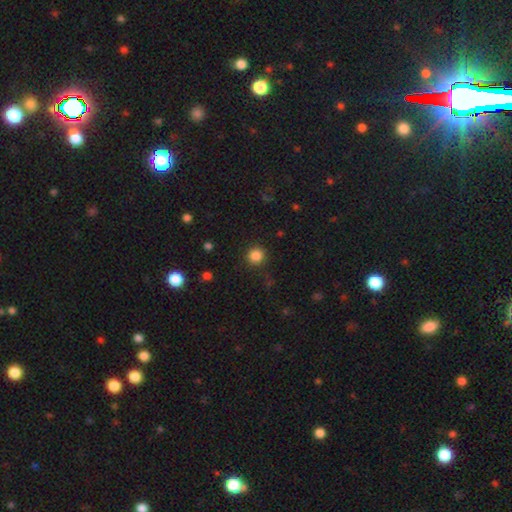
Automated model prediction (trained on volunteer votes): Overall: smooth (85%). How rounded: round (93%). Merging: none (89%).